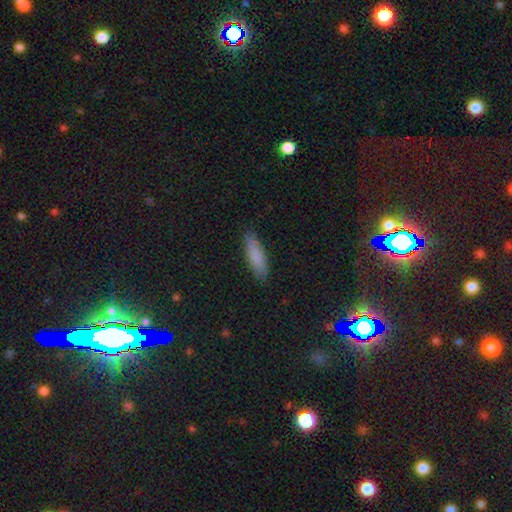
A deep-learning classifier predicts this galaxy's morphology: A smooth galaxy with no disk features (84%) that is cigar-shaped (58%). Merging: none (86%).